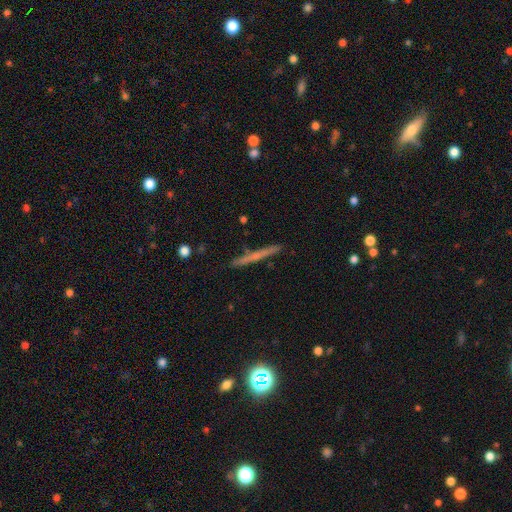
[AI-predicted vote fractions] Overall: smooth (48%; featured or disk 45%). Merging: none (89%).